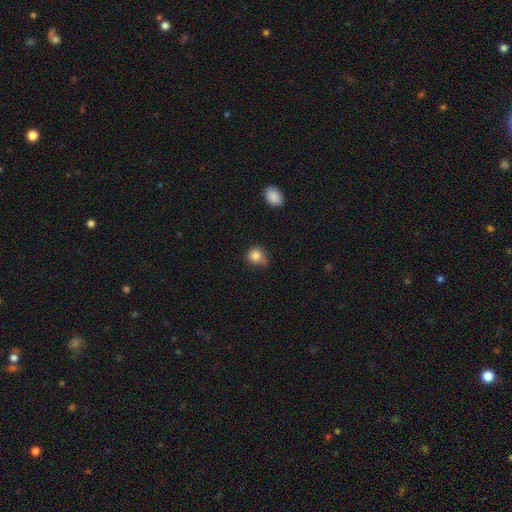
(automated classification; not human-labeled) Smooth or featured: smooth — 83% (star or artifact — 11%)
How rounded: round — 85% (in between — 14%)
Merging: none — 61% (minor disturbance — 29%)